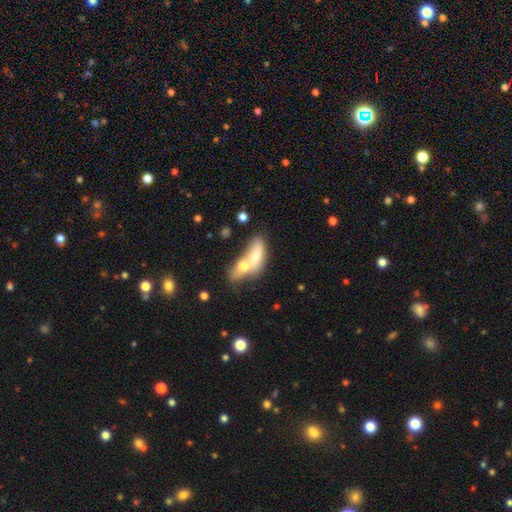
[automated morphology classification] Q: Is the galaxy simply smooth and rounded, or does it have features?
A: smooth — 66%.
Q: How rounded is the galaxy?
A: in between — 74%.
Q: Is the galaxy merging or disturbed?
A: merger — 72%.